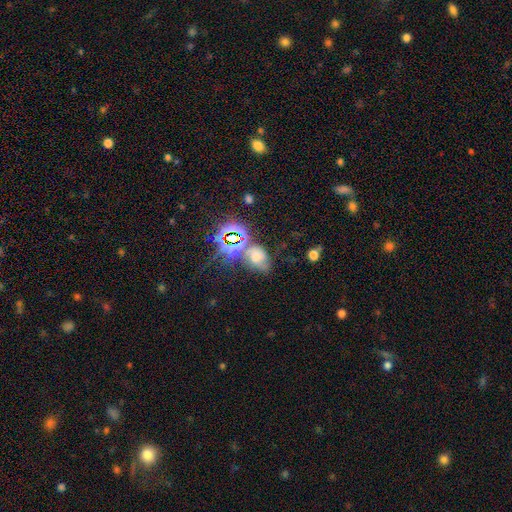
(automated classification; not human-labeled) This is marginally a star or artifact rather than a galaxy (44%).